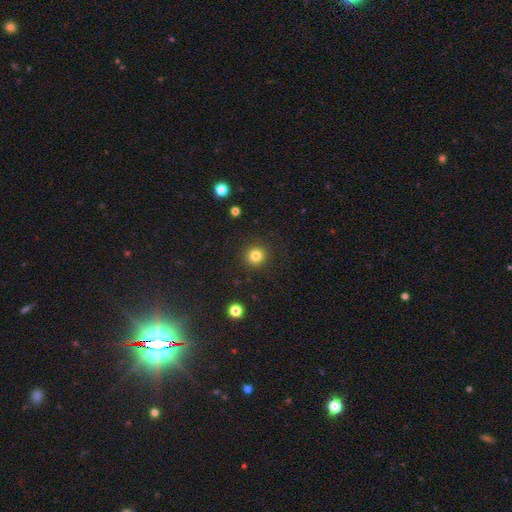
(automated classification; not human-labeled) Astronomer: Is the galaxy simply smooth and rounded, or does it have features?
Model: smooth — 82%.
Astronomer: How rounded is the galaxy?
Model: round — 94%.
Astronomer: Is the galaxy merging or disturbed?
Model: none — 91%.